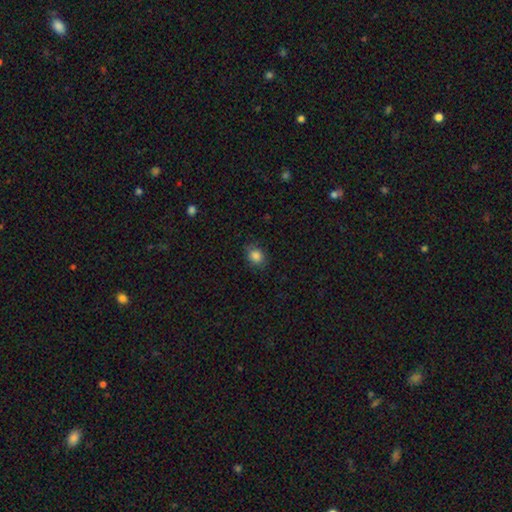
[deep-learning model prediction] A smooth galaxy with no disk features (85%) that is round (59%). Merging: none (82%).